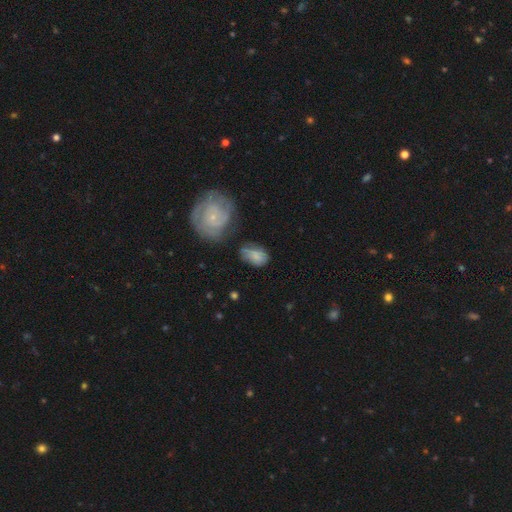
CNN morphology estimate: Q: Smooth or featured?
A: smooth (61%); runner-up: featured or disk (31%)
Q: How rounded?
A: in between (82%); runner-up: round (16%)
Q: Merging?
A: none (48%); runner-up: minor disturbance (28%)